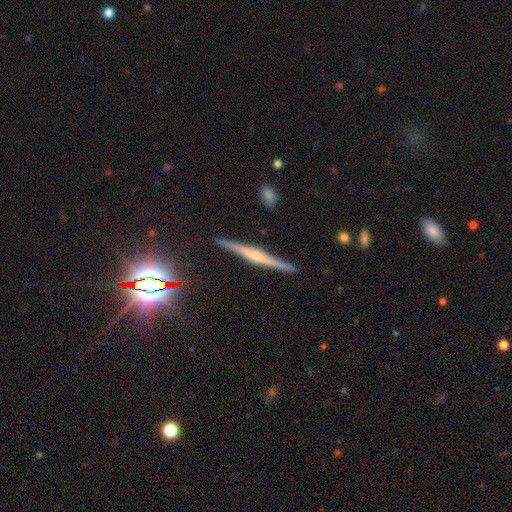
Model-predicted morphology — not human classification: The model was most divided on "edge-on bulge": rounded: 52%, boxy: 26%, none: 22%. More confident: edge-on disk — yes (98%); merging — none (90%); smooth or featured — featured or disk (71%).